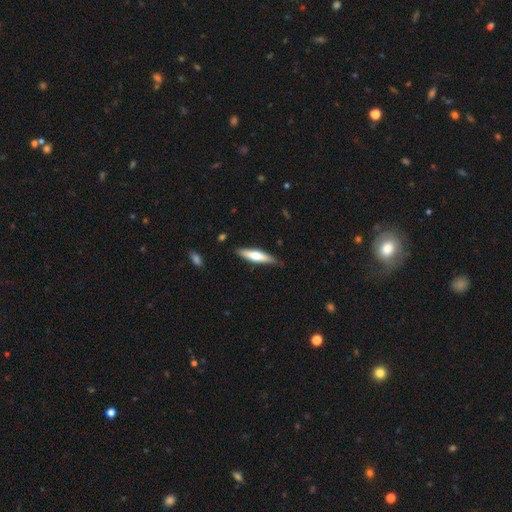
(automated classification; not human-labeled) Q: Smooth or featured?
A: smooth (52%); runner-up: featured or disk (43%)
Q: How rounded?
A: cigar-shaped (79%); runner-up: in between (19%)
Q: Merging?
A: none (84%); runner-up: minor disturbance (13%)